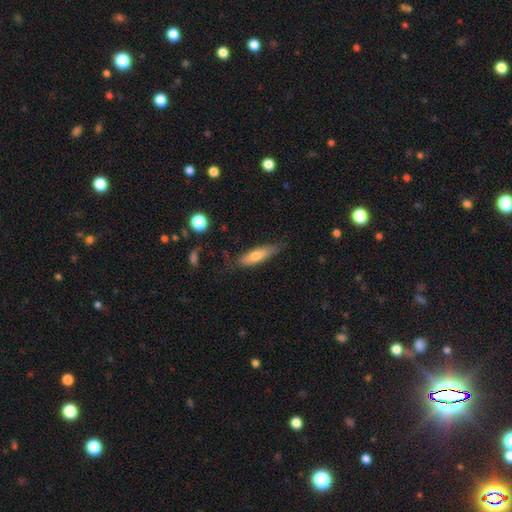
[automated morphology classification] This is likely a smooth galaxy (66%). How rounded: likely cigar-shaped (64%). Merging: likely none (69%).